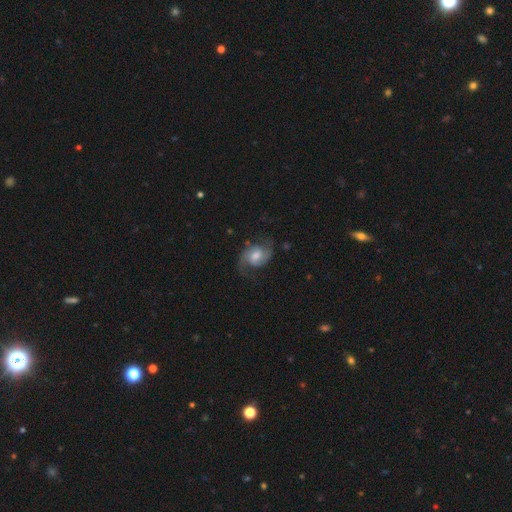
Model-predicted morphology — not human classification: A featured or disk galaxy (80%) with no bar (59%), 2 (91%) medium (44%) spiral arms (96%) and a moderate central bulge (53%). Merging: none (71%).